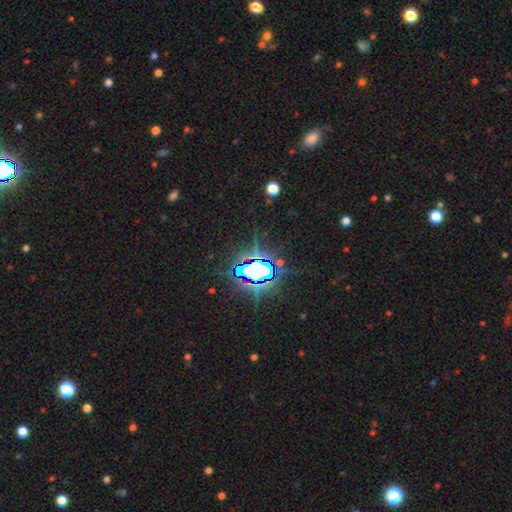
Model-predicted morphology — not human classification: A star or artifact, not a galaxy (79%).